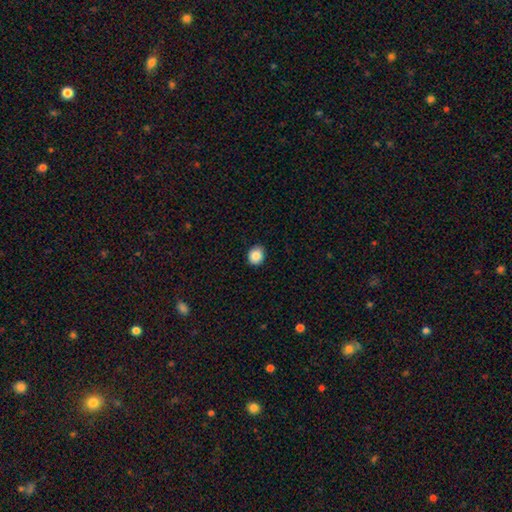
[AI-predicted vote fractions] Smooth or featured? Predicted: smooth (p=0.87). How rounded? Predicted: round (p=0.74). Merging? Predicted: none (p=0.88).